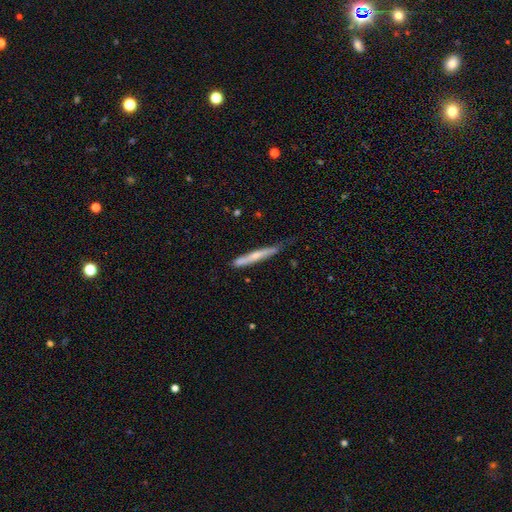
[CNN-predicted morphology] type=smooth (52%); roundness=cigar-shaped (95%); merging=none (63%).